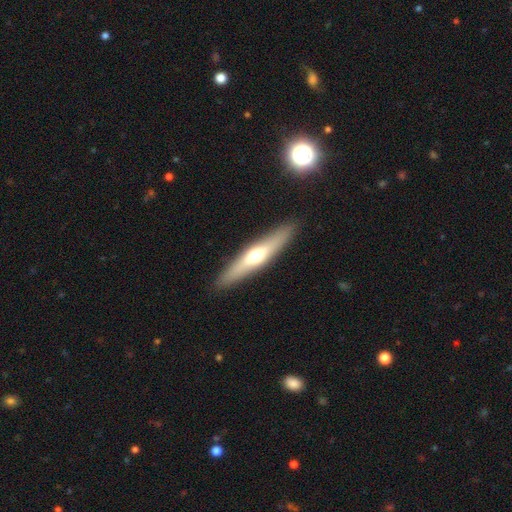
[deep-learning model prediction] Smooth or featured?
  - featured or disk: 49% *
  - smooth: 45%
  - star or artifact: 6%
Merging?
  - none: 90% *
  - minor disturbance: 7%
  - major disturbance: 2%
  - merger: 1%